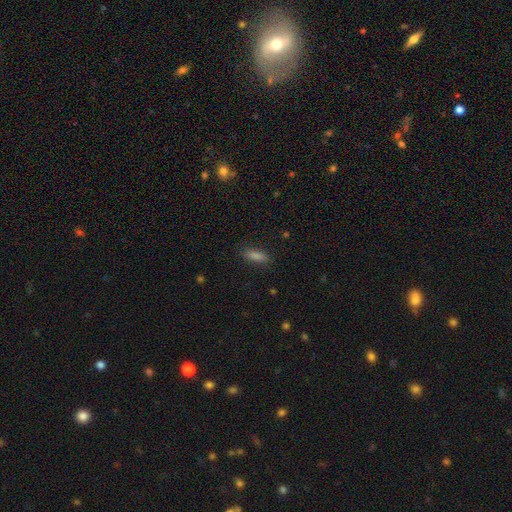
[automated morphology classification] smooth-or-featured: smooth: 80% | star or artifact: 13% | featured or disk: 7%
  how-rounded: in between: 52% | cigar-shaped: 45% | round: 3%
  merging: none: 87% | minor disturbance: 9% | major disturbance: 3% | merger: 1%